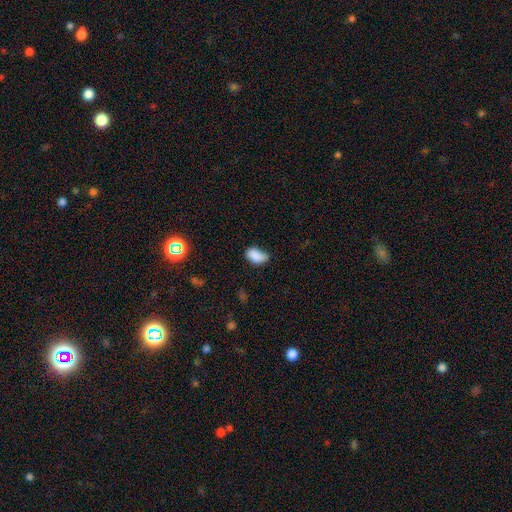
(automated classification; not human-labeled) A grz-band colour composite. It shows a smooth galaxy with no disk features (84%) that is in between round and cigar-shaped (89%). Merging: none (48%).